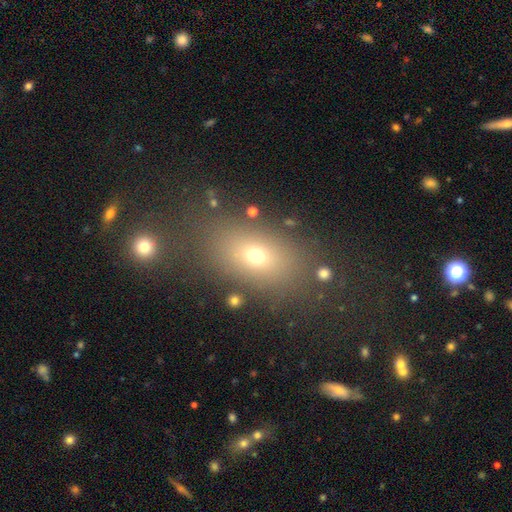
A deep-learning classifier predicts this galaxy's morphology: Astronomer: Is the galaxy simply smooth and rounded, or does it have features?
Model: smooth — 67%.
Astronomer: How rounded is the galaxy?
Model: in between — 75%.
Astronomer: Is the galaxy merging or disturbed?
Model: none — 78%.